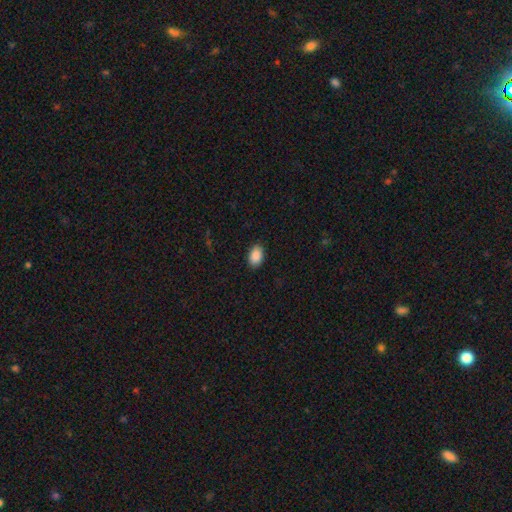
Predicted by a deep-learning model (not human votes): Overall: smooth (90%). How rounded: in between (90%). Merging: none (89%).